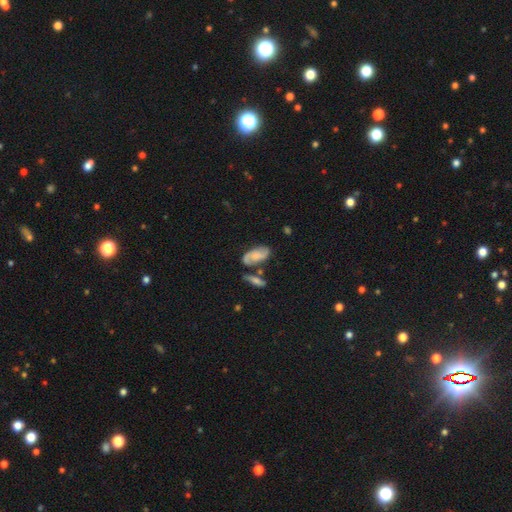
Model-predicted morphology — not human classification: Q: Smooth or featured?
A: featured or disk (51%); runner-up: smooth (41%)
Q: Edge-on disk?
A: no (91%); runner-up: yes (9%)
Q: Merging?
A: none (59%); runner-up: minor disturbance (18%)